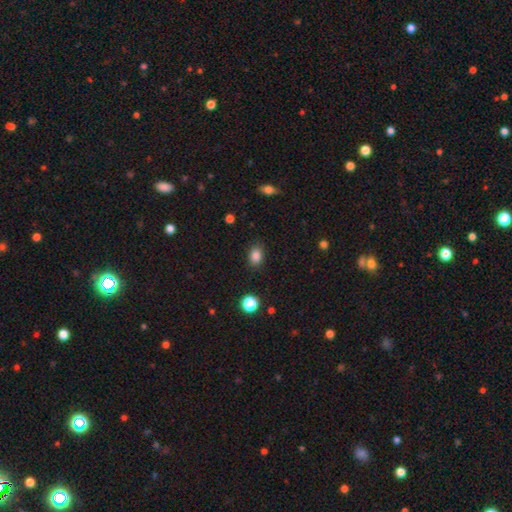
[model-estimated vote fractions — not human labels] Smooth or featured? smooth (85%)
How rounded? in between (73%)
Merging? none (86%)